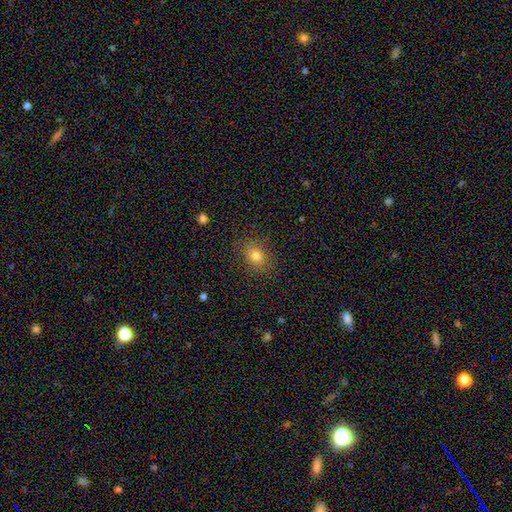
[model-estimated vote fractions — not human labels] smooth 80%, star or artifact 13%, featured or disk 7%. Down the decision tree: how rounded — round (51%); merging — none (85%).